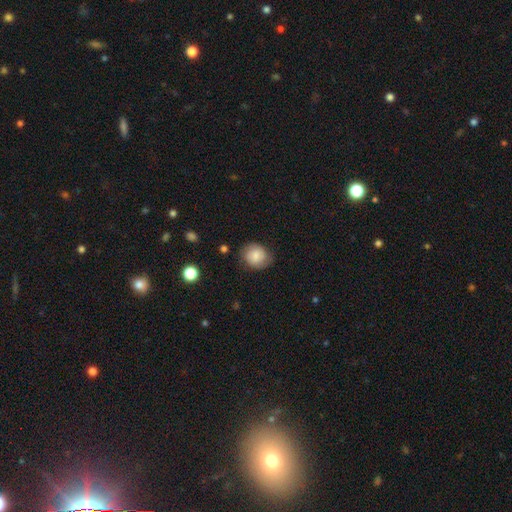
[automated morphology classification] Q: Smooth or featured?
A: smooth (68%); runner-up: featured or disk (24%)
Q: How rounded?
A: round (69%); runner-up: in between (30%)
Q: Merging?
A: none (74%); runner-up: minor disturbance (19%)